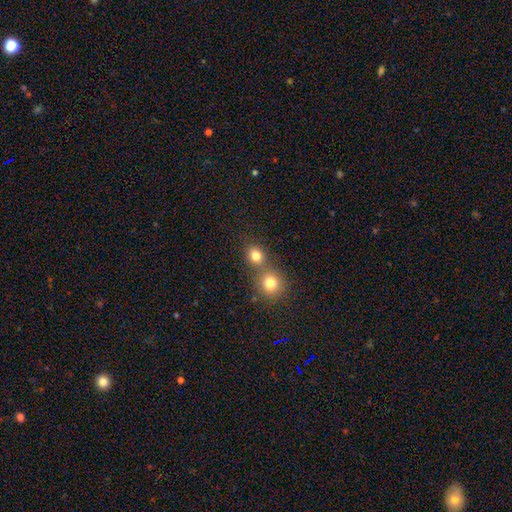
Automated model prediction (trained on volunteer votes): Smooth or featured?
  - smooth: 80% *
  - star or artifact: 13%
  - featured or disk: 7%
How rounded?
  - round: 80% *
  - in between: 19%
  - cigar-shaped: 1%
Merging?
  - none: 55% *
  - merger: 35%
  - minor disturbance: 7%
  - major disturbance: 3%